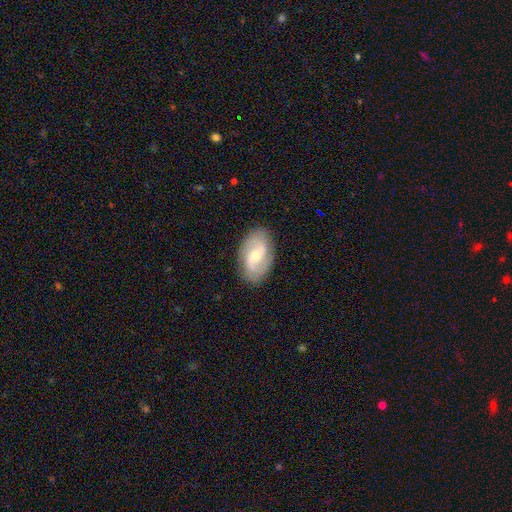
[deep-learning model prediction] The model was most divided on "bulge size": moderate: 49%, small: 46%, large: 2%, none: 1%, dominant: 1%. Remaining: edge-on disk — no (96%); spiral arms — yes (93%); spiral arm count — 2 (88%); merging — none (85%); smooth or featured — featured or disk (76%); bar — weak (47%); spiral winding — medium (46%).